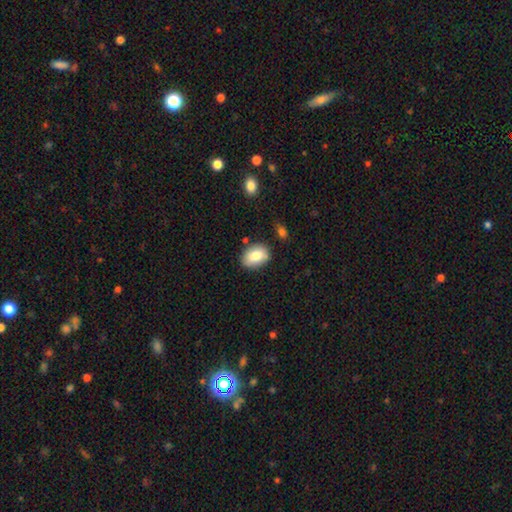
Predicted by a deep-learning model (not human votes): This appears to be a smooth galaxy with no disk features (81%) that is in between round and cigar-shaped (83%). Merging: none (76%).